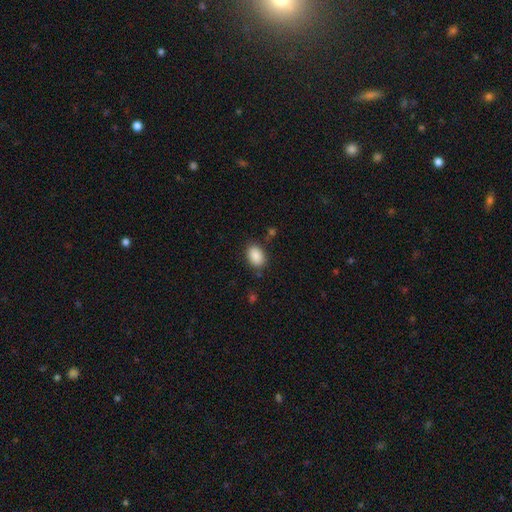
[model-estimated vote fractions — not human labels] Smooth or featured? Predicted: smooth (p=0.88). How rounded? Predicted: in between (p=0.82). Merging? Predicted: none (p=0.82).